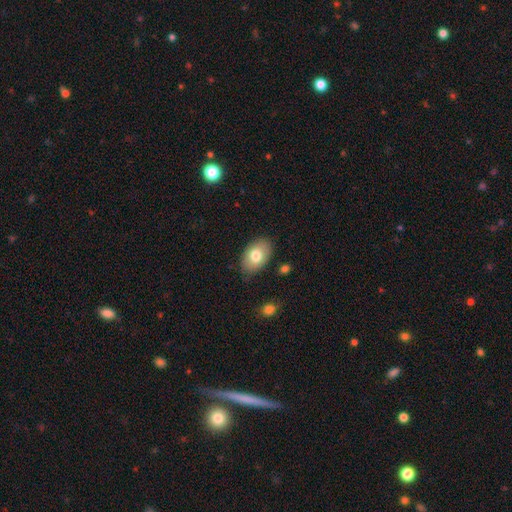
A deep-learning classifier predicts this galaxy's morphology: A smooth galaxy with no disk features (77%) that is in between round and cigar-shaped (91%).

Vote fractions:
- Smooth or featured? smooth: 77% / featured or disk: 16% / star or artifact: 7%
- How rounded? in between: 91% / round: 8% / cigar-shaped: 1%
- Merging? none: 82% / minor disturbance: 13% / major disturbance: 3% / merger: 2%